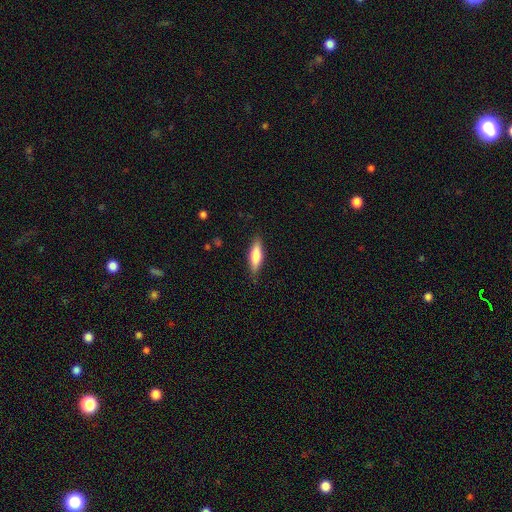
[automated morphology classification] type=smooth (67%); roundness=cigar-shaped (56%); merging=none (85%).